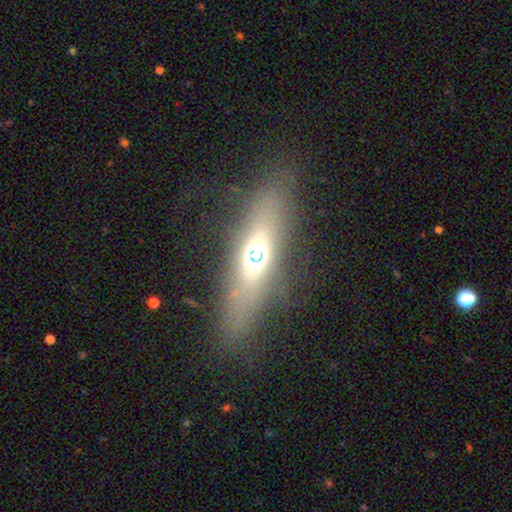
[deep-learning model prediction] This is marginally a smooth galaxy (44%). Merging: likely none (77%).